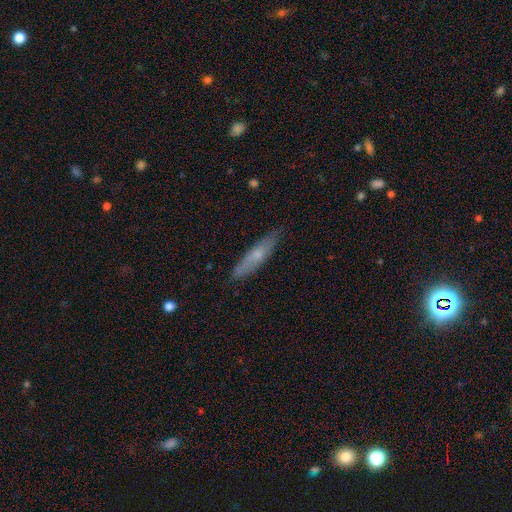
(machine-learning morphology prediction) smooth-or-featured: smooth: 58% | featured or disk: 35% | star or artifact: 7%
  how-rounded: cigar-shaped: 82% | in between: 17% | round: 2%
  merging: none: 85% | minor disturbance: 12% | major disturbance: 2% | merger: 1%